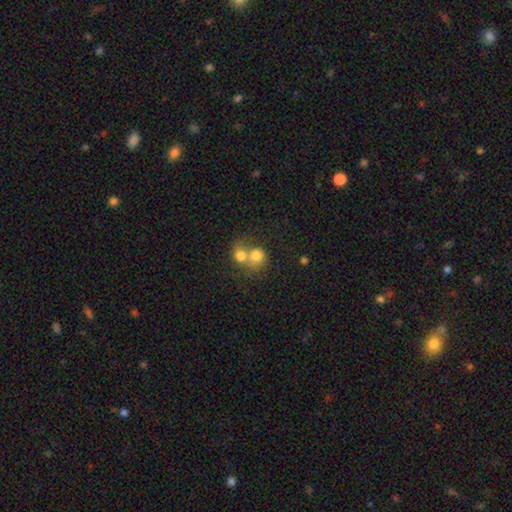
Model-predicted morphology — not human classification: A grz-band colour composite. It shows a smooth galaxy with no disk features (75%) that is round (76%). Merging: merger (70%).